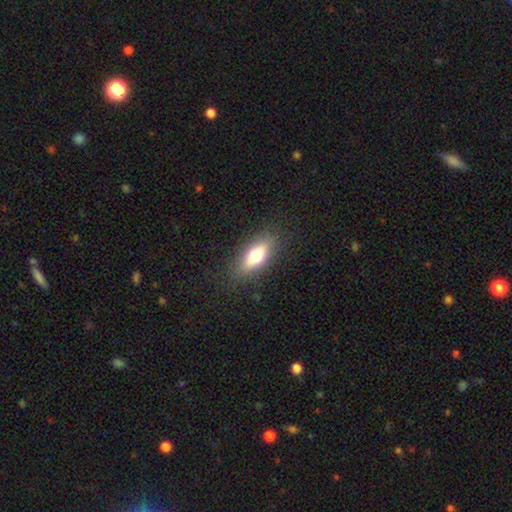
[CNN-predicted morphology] This is likely a smooth galaxy (64%). How rounded: likely in between (68%). Merging: clearly none (85%).